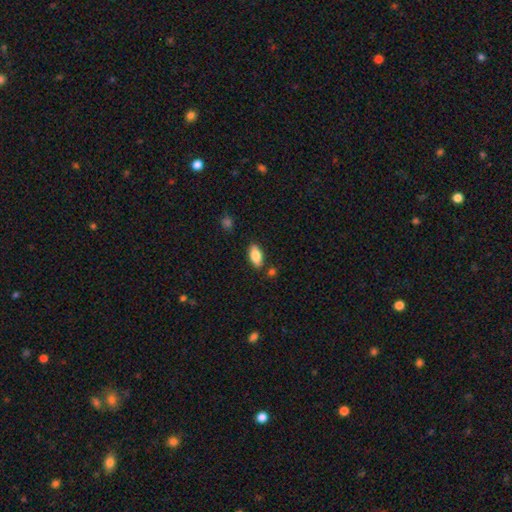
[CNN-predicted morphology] A smooth galaxy with no disk features (82%) that is in between round and cigar-shaped (90%). Merging: none (84%).